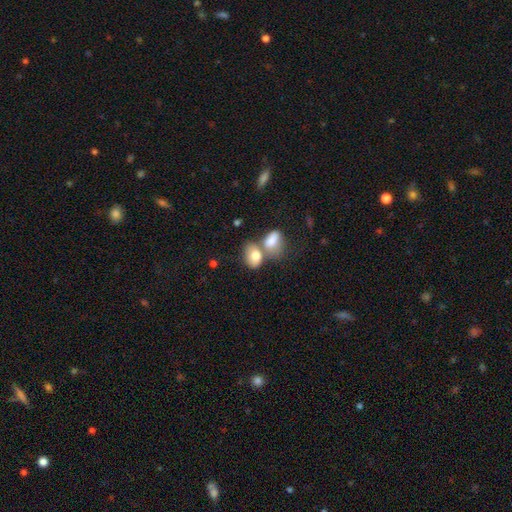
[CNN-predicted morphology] smooth-or-featured: smooth: 77% | featured or disk: 15% | star or artifact: 8%
  how-rounded: in between: 79% | round: 19% | cigar-shaped: 2%
  merging: merger: 54% | none: 29% | minor disturbance: 11% | major disturbance: 6%